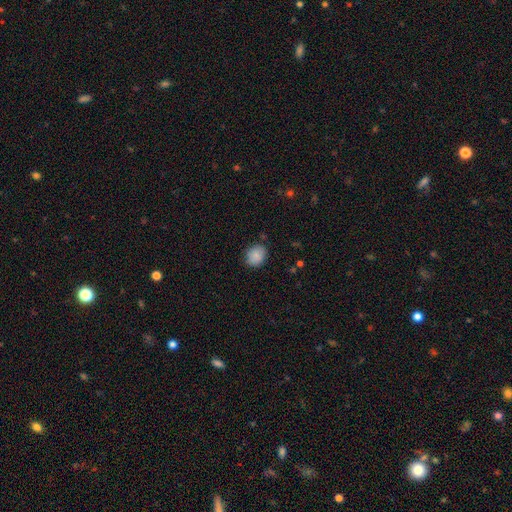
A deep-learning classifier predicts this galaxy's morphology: A smooth galaxy with no disk features (86%) that is round (62%).

Vote fractions:
- Smooth or featured? smooth: 86% / star or artifact: 8% / featured or disk: 6%
- How rounded? round: 62% / in between: 37% / cigar-shaped: 1%
- Merging? none: 81% / minor disturbance: 14% / major disturbance: 3% / merger: 2%